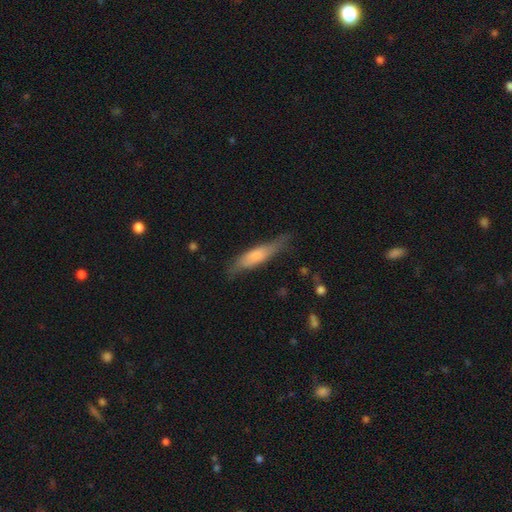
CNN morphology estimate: This is likely a smooth galaxy (65%). How rounded: likely cigar-shaped (72%). Merging: likely none (63%).